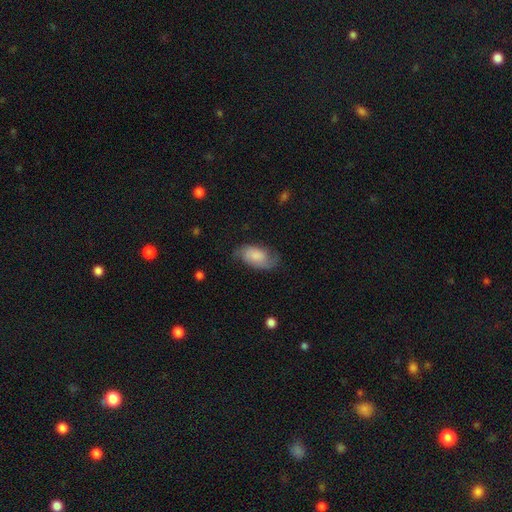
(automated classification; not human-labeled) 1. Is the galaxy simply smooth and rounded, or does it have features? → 56% smooth, 37% featured or disk, 7% star or artifact.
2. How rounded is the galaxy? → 93% in between, 4% round, 3% cigar-shaped.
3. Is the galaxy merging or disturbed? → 60% none, 27% minor disturbance, 11% major disturbance, 1% merger.